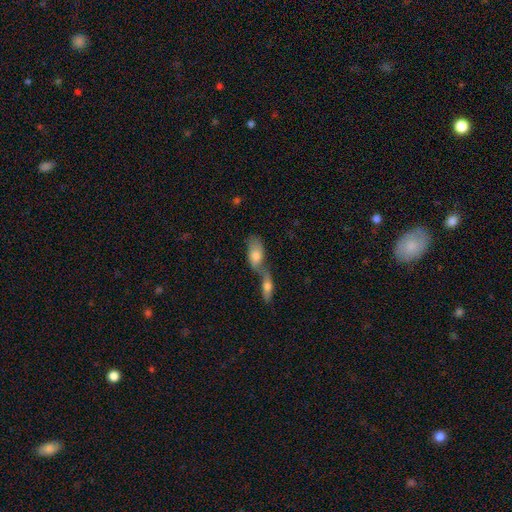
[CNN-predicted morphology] This is likely a smooth galaxy (71%). How rounded: clearly in between (87%). Merging: likely merger (72%).